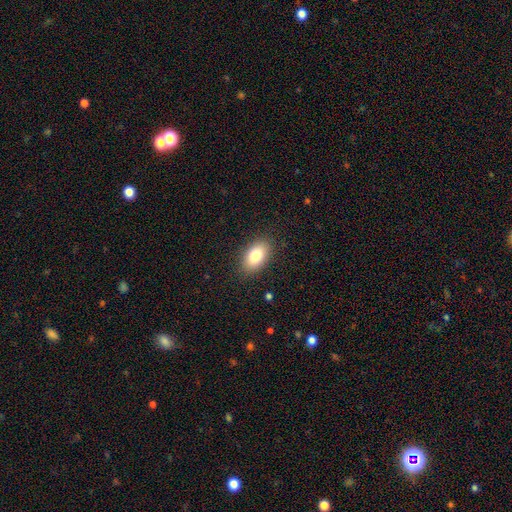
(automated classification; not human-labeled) Smooth or featured? smooth (82%)
How rounded? in between (92%)
Merging? none (86%)